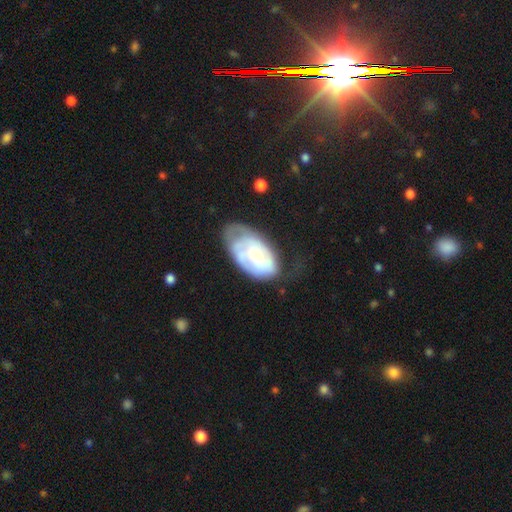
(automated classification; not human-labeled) Morphology: type=featured or disk (56%); edge-on=no (95%); bar=no (69%); spiral arms=yes (63%); bulge=small (46%); merging=none (36%, tied with minor disturbance).